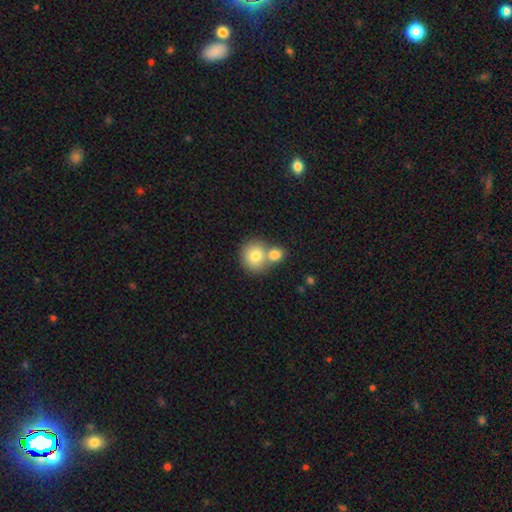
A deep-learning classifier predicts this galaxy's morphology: type=smooth (78%); roundness=round (81%); merging=merger (50%).